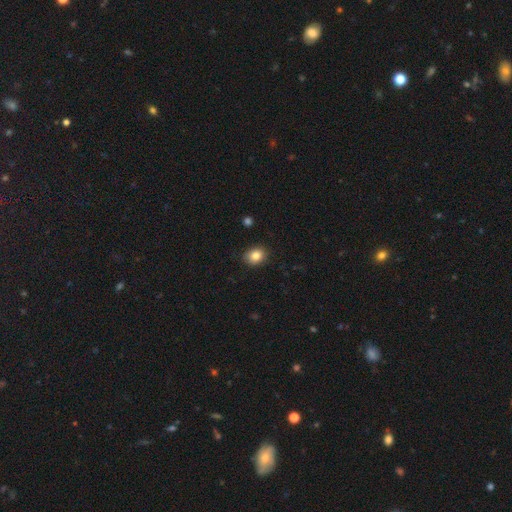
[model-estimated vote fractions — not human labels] This appears to be a smooth galaxy with no disk features (84%) that is round (50%). Merging: none (87%).